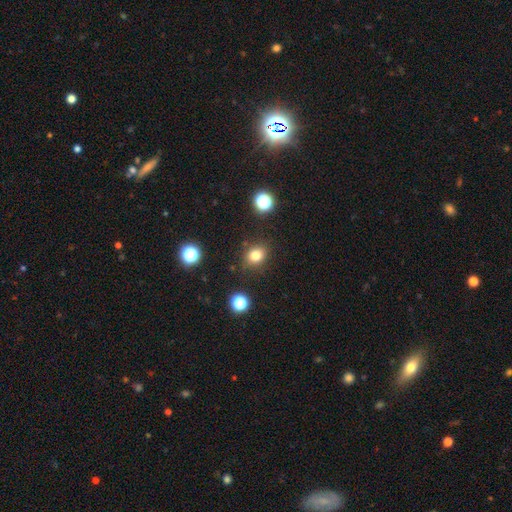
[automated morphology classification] Smooth or featured? Predicted: smooth (p=0.80). How rounded? Predicted: round (p=0.63). Merging? Predicted: none (p=0.83).